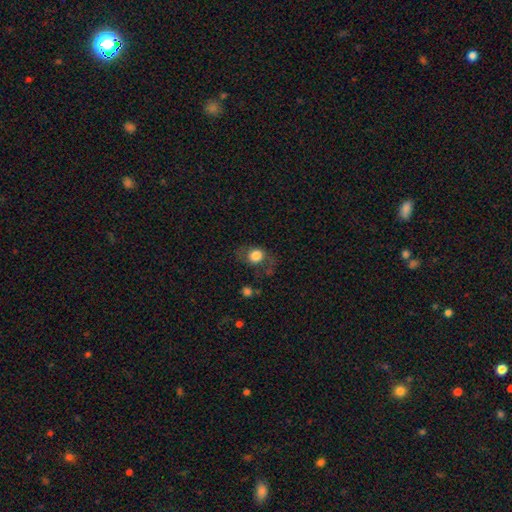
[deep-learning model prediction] smooth-or-featured: smooth: 75% | featured or disk: 16% | star or artifact: 9%
  how-rounded: round: 64% | in between: 34% | cigar-shaped: 1%
  merging: none: 56% | minor disturbance: 22% | major disturbance: 18% | merger: 3%